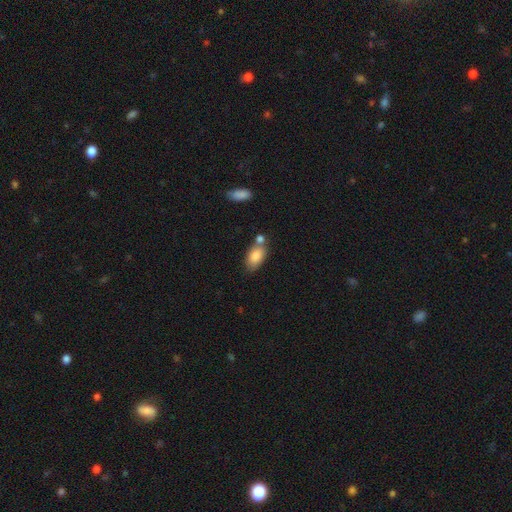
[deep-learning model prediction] Morphology: type=smooth (84%); roundness=in between (92%); merging=none (54%).